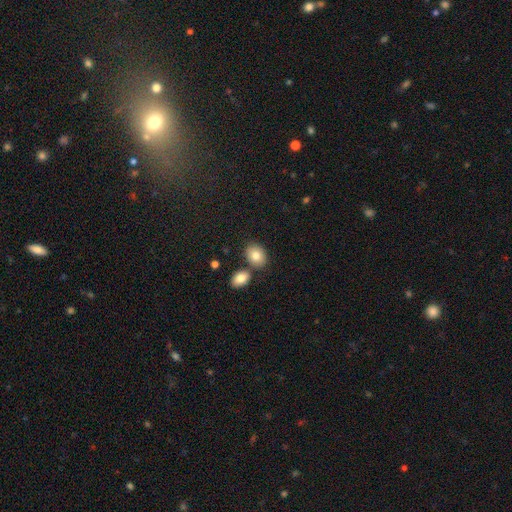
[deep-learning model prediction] Smooth or featured?
  - smooth: 81% *
  - featured or disk: 10%
  - star or artifact: 8%
How rounded?
  - in between: 68% *
  - round: 31%
  - cigar-shaped: 1%
Merging?
  - none: 69% *
  - merger: 18%
  - minor disturbance: 11%
  - major disturbance: 3%